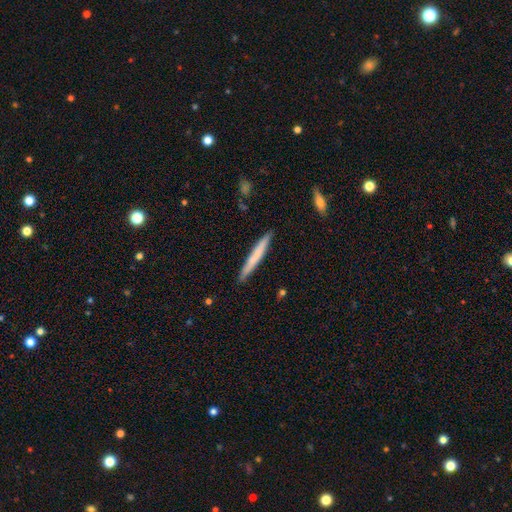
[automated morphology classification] Smooth or featured?
  - smooth: 66% *
  - featured or disk: 29%
  - star or artifact: 5%
How rounded?
  - cigar-shaped: 96% *
  - in between: 2%
  - round: 1%
Merging?
  - none: 90% *
  - minor disturbance: 8%
  - major disturbance: 1%
  - merger: 1%